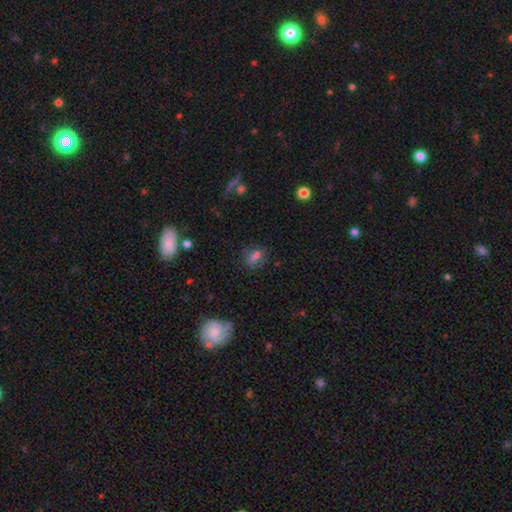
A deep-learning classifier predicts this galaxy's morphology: smooth 69%, star or artifact 17%, featured or disk 14%. Down the decision tree: how rounded — in between (62%); merging — none (69%).